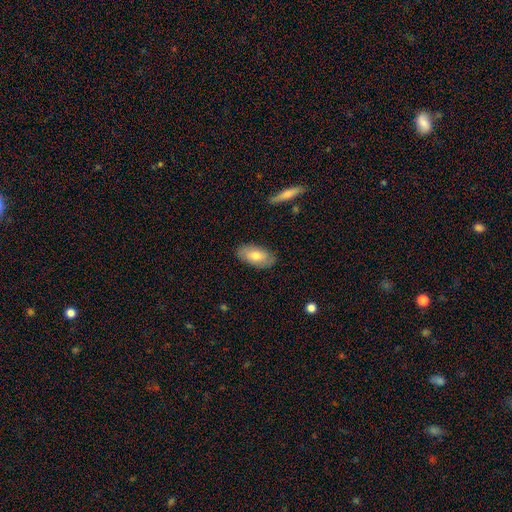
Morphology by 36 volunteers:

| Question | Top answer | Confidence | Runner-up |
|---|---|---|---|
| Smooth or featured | smooth | 69% | featured or disk (31%) |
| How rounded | in between | 96% | cigar-shaped (4%) |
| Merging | none | 92% | minor disturbance (6%) |